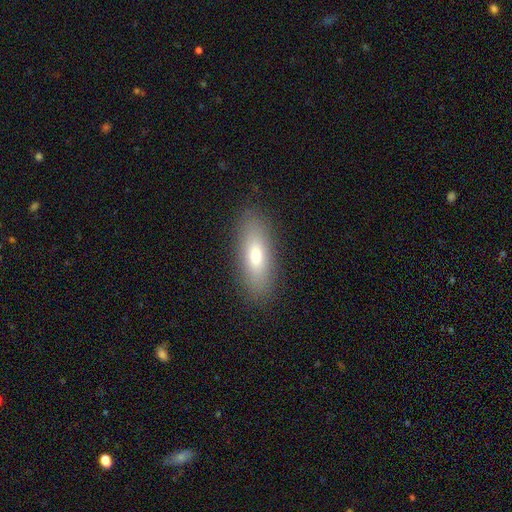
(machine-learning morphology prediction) Smooth or featured? Predicted: smooth (p=0.74). How rounded? Predicted: in between (p=0.59). Merging? Predicted: none (p=0.87).